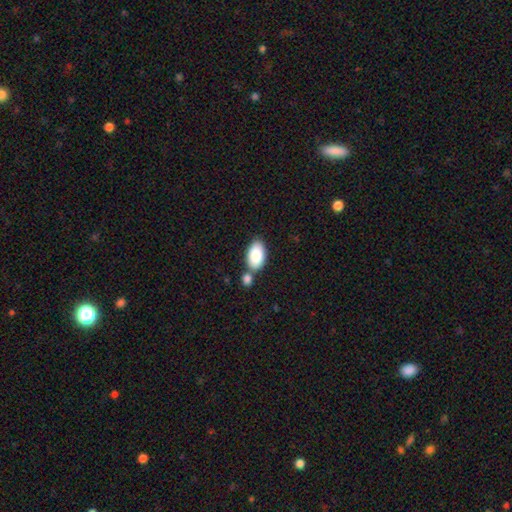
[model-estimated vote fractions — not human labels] The model was most divided on "merging": none: 60%, merger: 25%, minor disturbance: 12%, major disturbance: 3%. More confident: how rounded — in between (94%); smooth or featured — smooth (84%).